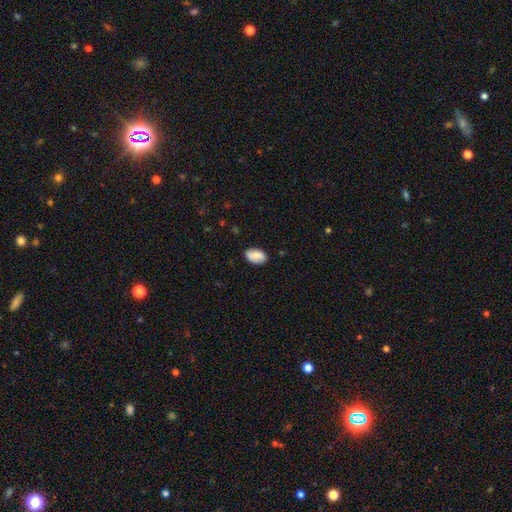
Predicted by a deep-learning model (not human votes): Morphology: type=smooth (78%); roundness=in between (92%); merging=none (81%).